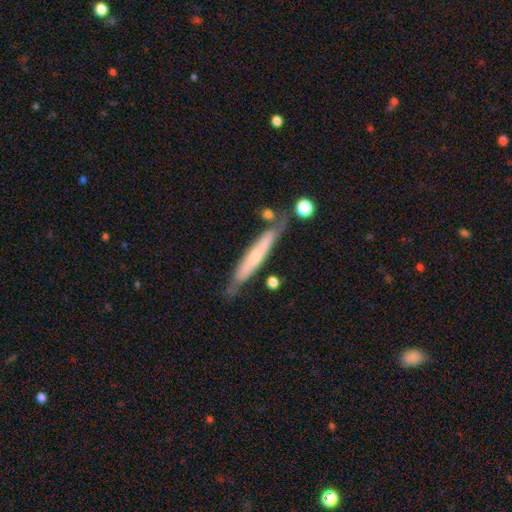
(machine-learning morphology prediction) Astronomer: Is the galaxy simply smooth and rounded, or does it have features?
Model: featured or disk — 54% (runner-up: smooth, 40%).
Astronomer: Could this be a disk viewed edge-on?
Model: yes — 81%.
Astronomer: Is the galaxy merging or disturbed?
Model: none — 66%.